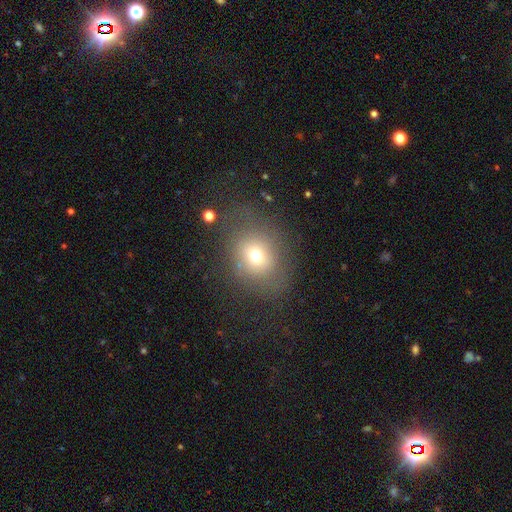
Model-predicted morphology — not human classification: type=smooth (67%); roundness=round (69%); merging=none (67%).